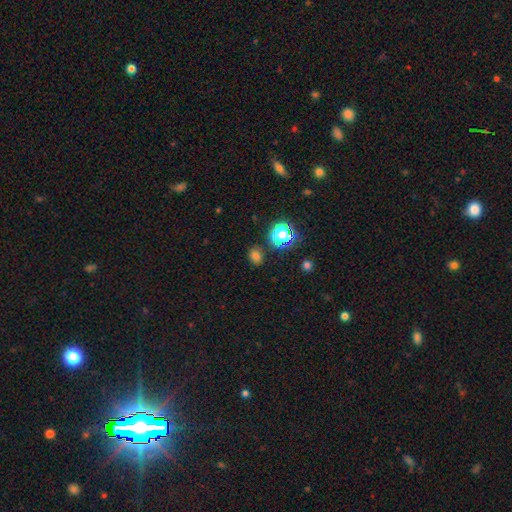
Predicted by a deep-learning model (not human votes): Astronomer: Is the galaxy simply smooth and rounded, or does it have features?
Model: smooth — 70%.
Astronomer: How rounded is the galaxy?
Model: round — 52% (runner-up: in between, 47%).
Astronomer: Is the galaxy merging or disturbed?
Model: none — 82%.